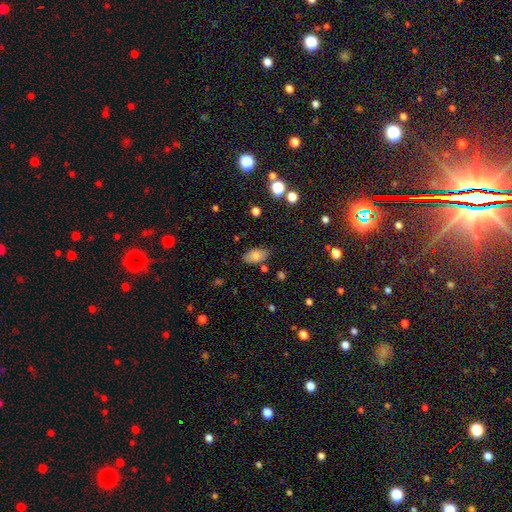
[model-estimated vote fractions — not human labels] smooth 78%, featured or disk 13%, star or artifact 10%. Down the decision tree: how rounded — in between (92%); merging — none (80%).